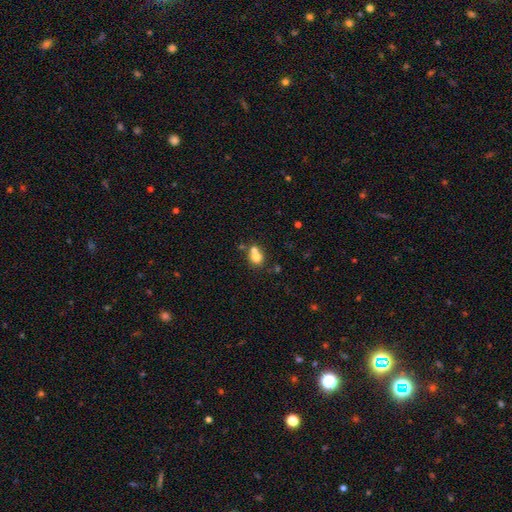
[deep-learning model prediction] A smooth galaxy with no disk features (72%) that is round (75%).

Vote fractions:
- Smooth or featured? smooth: 72% / featured or disk: 16% / star or artifact: 12%
- How rounded? round: 75% / in between: 24% / cigar-shaped: 1%
- Merging? merger: 54% / none: 36% / minor disturbance: 7% / major disturbance: 3%